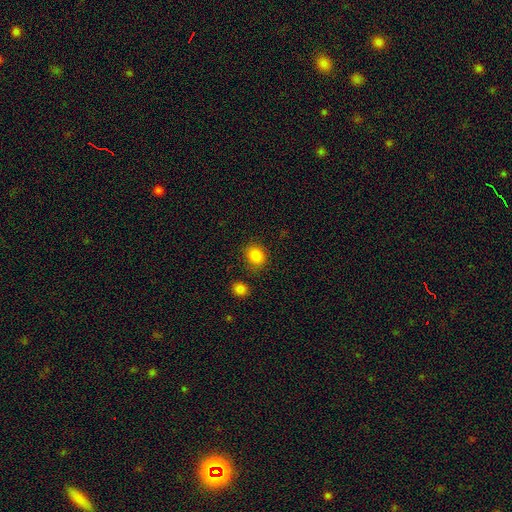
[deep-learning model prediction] Smooth or featured? smooth (84%)
How rounded? round (70%)
Merging? none (82%)